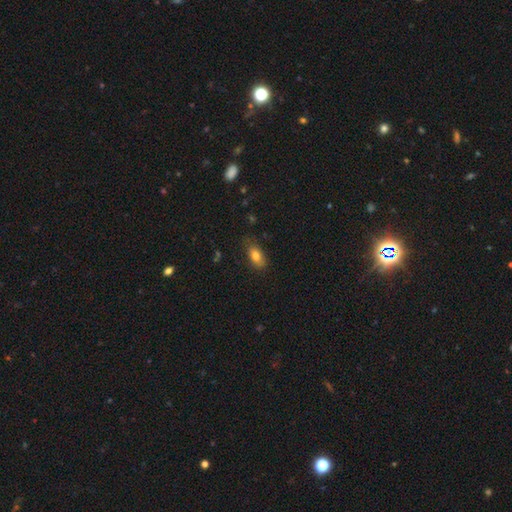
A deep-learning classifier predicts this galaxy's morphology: Smooth or featured: smooth — 81% (featured or disk — 11%)
How rounded: in between — 87% (round — 6%)
Merging: none — 76% (minor disturbance — 19%)